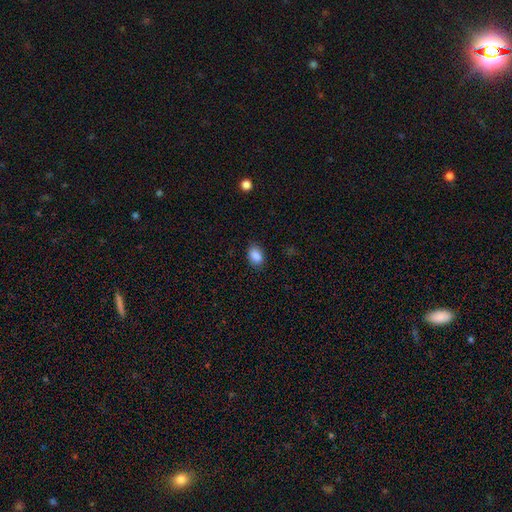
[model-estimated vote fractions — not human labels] smooth 87%, star or artifact 9%, featured or disk 4%. Down the decision tree: how rounded — in between (81%); merging — none (86%).